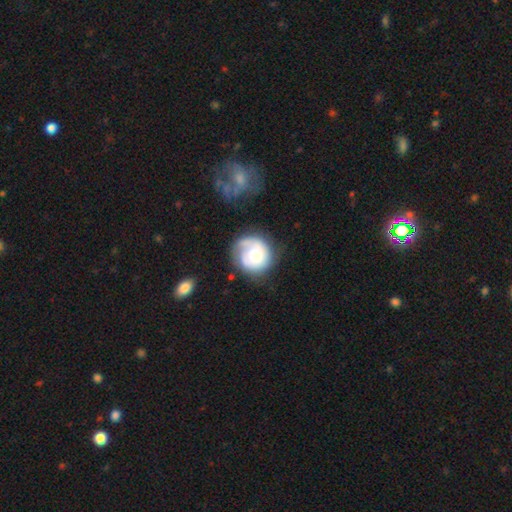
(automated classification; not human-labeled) featured or disk 52%, smooth 42%, star or artifact 7%. Down the decision tree: edge-on disk — no (98%); bar — no (79%); spiral arms — yes (76%); bulge size — moderate (47%); merging — none (56%).